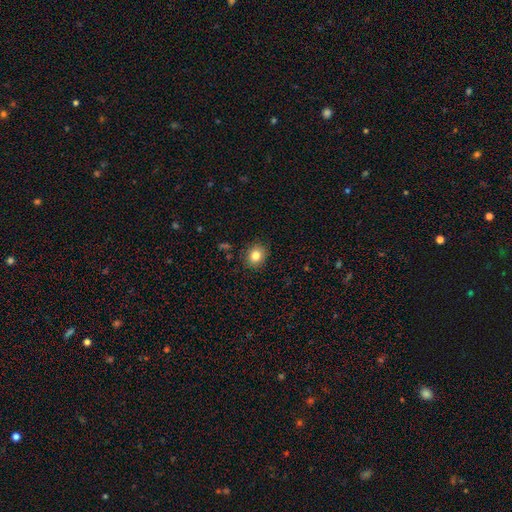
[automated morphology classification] type=smooth (83%); roundness=round (71%); merging=none (89%).